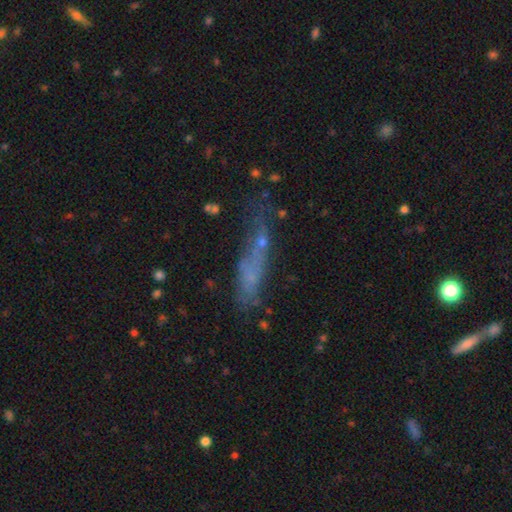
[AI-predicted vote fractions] Q: Smooth or featured?
A: smooth (46%); runner-up: featured or disk (32%)
Q: Merging?
A: none (46%); runner-up: minor disturbance (23%)